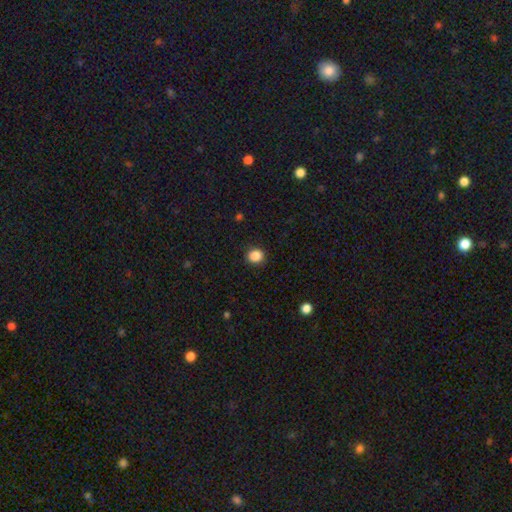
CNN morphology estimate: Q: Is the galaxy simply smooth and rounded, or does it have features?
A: smooth — 87%.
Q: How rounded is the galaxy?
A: round — 81%.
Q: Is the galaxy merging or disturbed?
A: none — 91%.